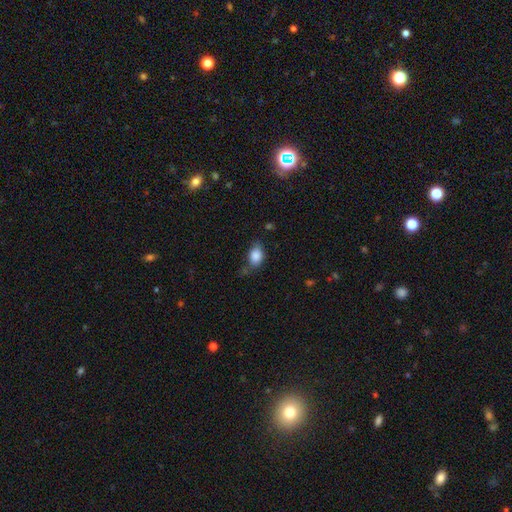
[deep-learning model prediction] Overall: smooth (86%). How rounded: in between (81%). Merging: none (57%; minor disturbance 28%).